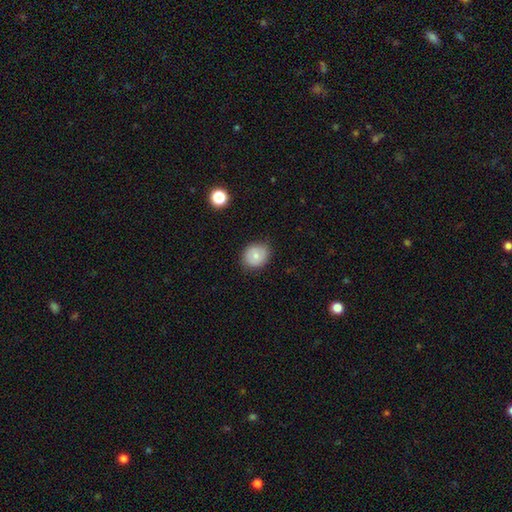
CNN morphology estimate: A smooth galaxy with no disk features (74%) that is round (71%).

Vote fractions:
- Smooth or featured? smooth: 74% / featured or disk: 16% / star or artifact: 9%
- How rounded? round: 71% / in between: 28% / cigar-shaped: 1%
- Merging? none: 83% / minor disturbance: 13% / major disturbance: 3% / merger: 1%